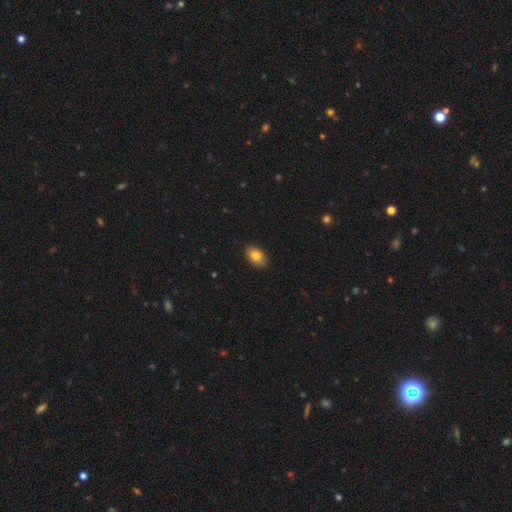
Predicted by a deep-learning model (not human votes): smooth_or_featured: smooth (p=0.82) [alt: featured or disk p=0.10]
how_rounded: in between (p=0.87) [alt: round p=0.12]
merging: none (p=0.89) [alt: minor disturbance p=0.08]